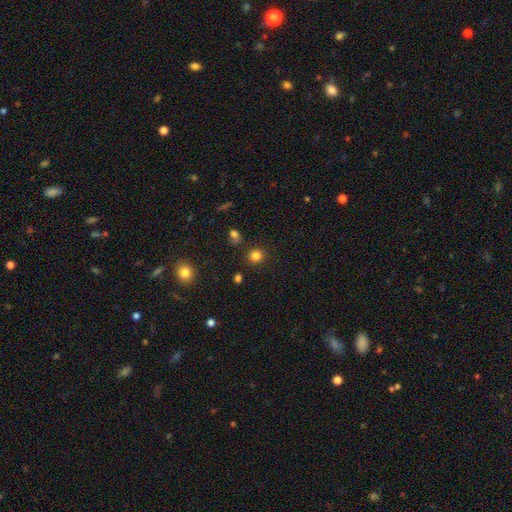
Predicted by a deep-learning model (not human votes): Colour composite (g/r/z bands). It shows a smooth galaxy with no disk features (81%) that is round (90%). Merging: none (86%).